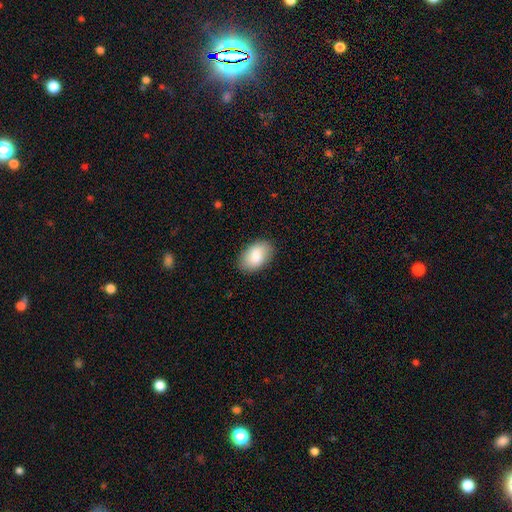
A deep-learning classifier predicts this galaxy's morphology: Overall: smooth (85%). How rounded: in between (93%). Merging: none (86%).